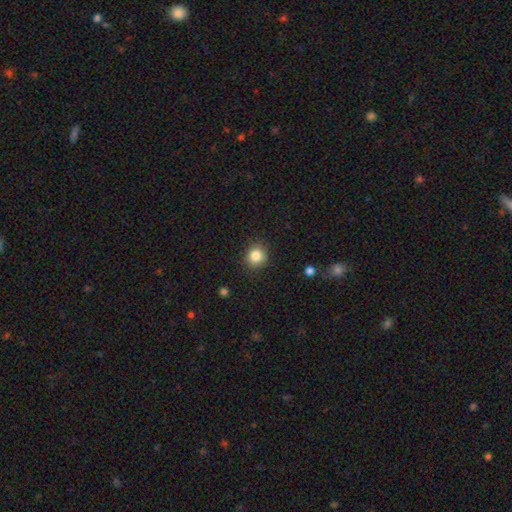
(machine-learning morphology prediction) This is clearly a smooth galaxy (84%). How rounded: clearly round (87%). Merging: clearly none (89%).